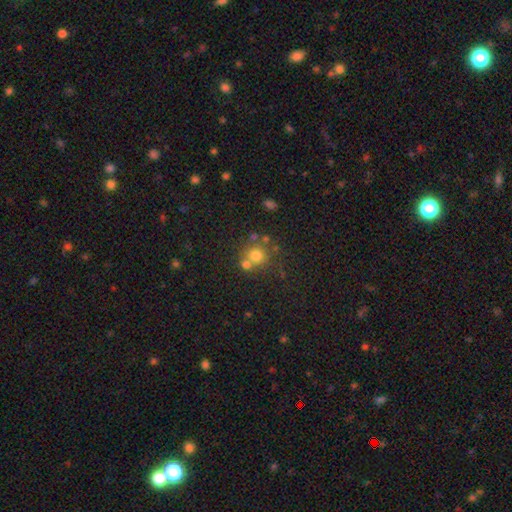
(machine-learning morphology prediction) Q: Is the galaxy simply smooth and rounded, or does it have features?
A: smooth — 71%.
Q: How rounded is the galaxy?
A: round — 87%.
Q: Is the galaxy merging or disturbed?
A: none — 53%.